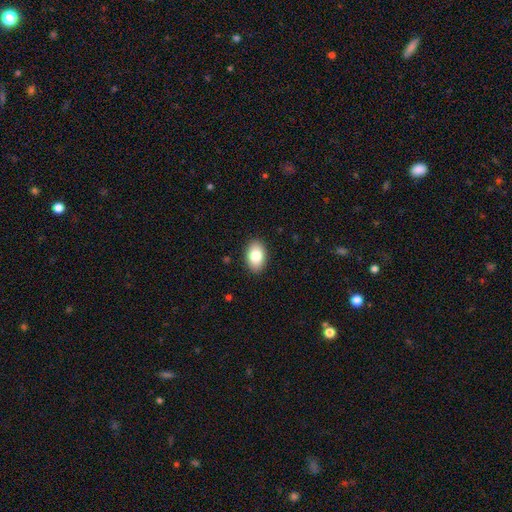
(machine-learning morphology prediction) Smooth or featured?
  - smooth: 82% *
  - featured or disk: 11%
  - star or artifact: 7%
How rounded?
  - in between: 89% *
  - round: 9%
  - cigar-shaped: 1%
Merging?
  - none: 89% *
  - minor disturbance: 8%
  - major disturbance: 2%
  - merger: 1%